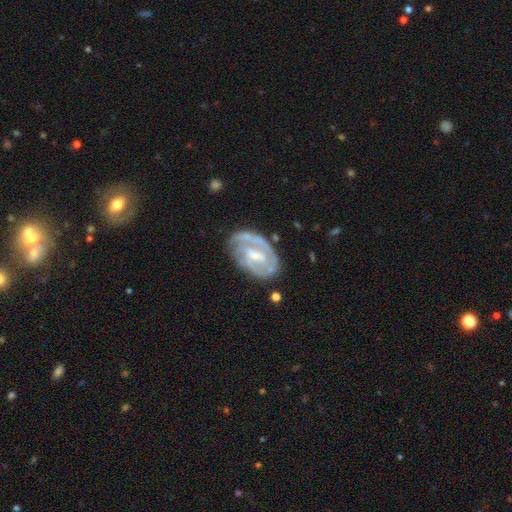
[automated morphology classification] A featured or disk galaxy (80%) with a weak bar (49%), 2 (46%) tight (53%) spiral arms (82%) and a moderate central bulge (44%). Merging: none (64%).